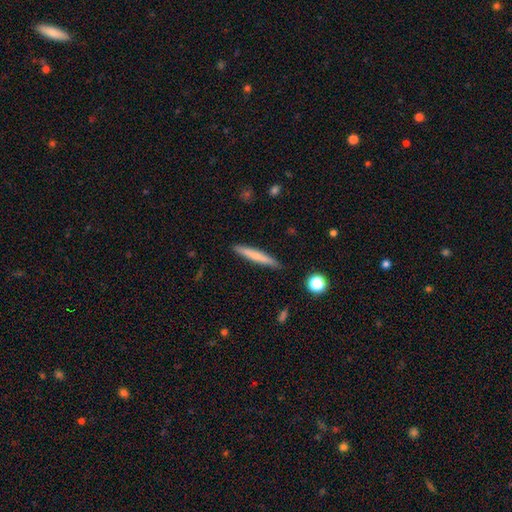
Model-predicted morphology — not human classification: Smooth or featured?
  - smooth: 66% *
  - featured or disk: 28%
  - star or artifact: 6%
How rounded?
  - cigar-shaped: 95% *
  - in between: 4%
  - round: 1%
Merging?
  - none: 89% *
  - minor disturbance: 8%
  - major disturbance: 2%
  - merger: 1%